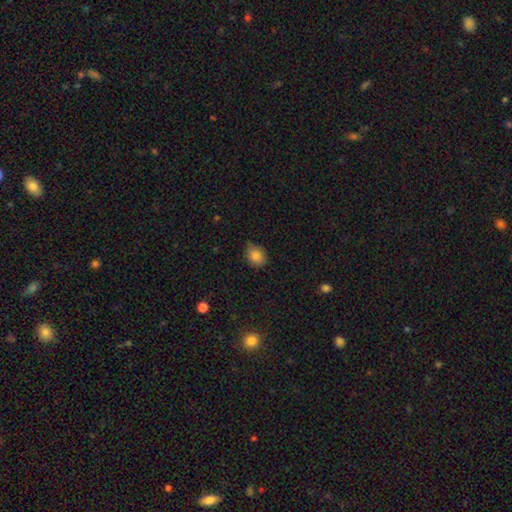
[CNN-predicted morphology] The model was most divided on "how rounded": in between: 52%, round: 47%, cigar-shaped: 1%. More confident: smooth or featured — smooth (84%); merging — none (68%).